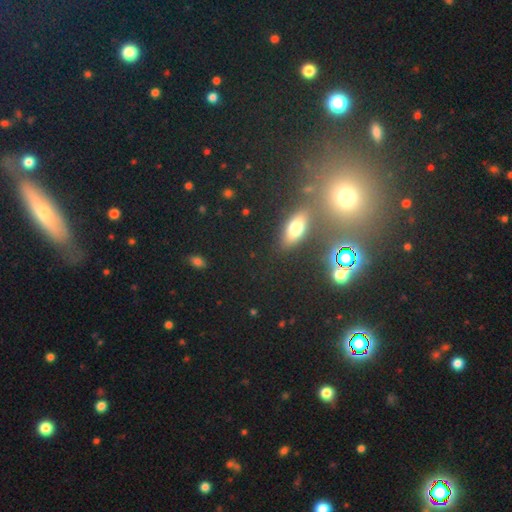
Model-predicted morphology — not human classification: smooth 44%, star or artifact 39%, featured or disk 16%. Down the decision tree: merging — none (76%).